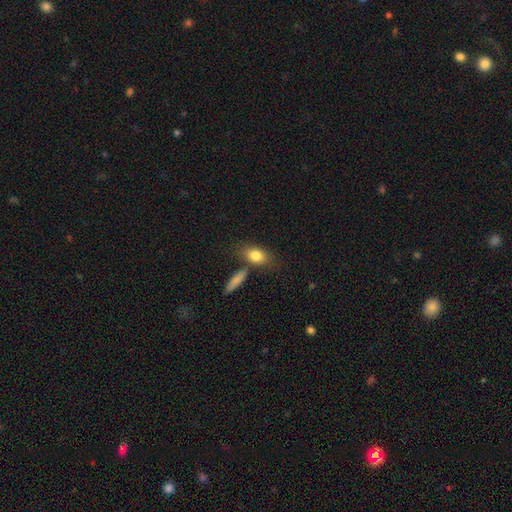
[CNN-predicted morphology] Smooth or featured? Predicted: smooth (p=0.81). How rounded? Predicted: in between (p=0.76). Merging? Predicted: none (p=0.63).